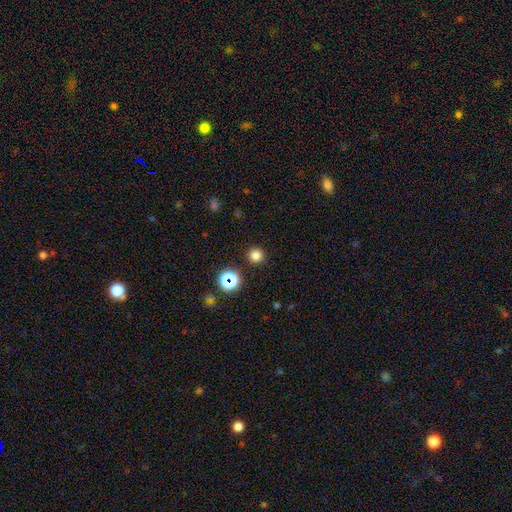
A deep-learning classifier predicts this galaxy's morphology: The model was most divided on "smooth or featured": smooth: 79%, star or artifact: 16%, featured or disk: 4%. More confident: how rounded — round (95%); merging — none (91%).